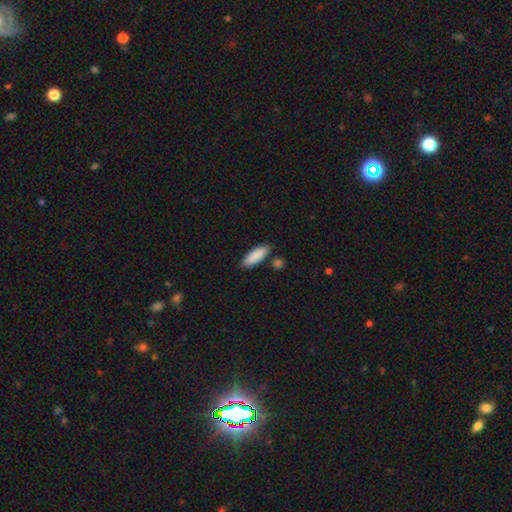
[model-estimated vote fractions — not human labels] This appears to be a smooth galaxy with no disk features (89%) that is in between round and cigar-shaped (61%). Merging: none (82%).